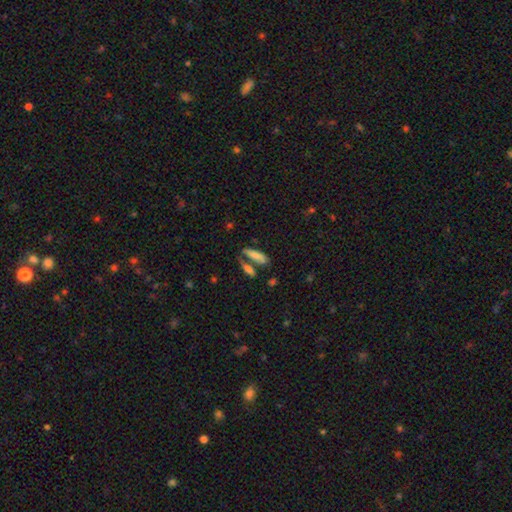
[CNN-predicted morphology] smooth_or_featured: smooth (p=0.76) [alt: featured or disk p=0.16]
how_rounded: cigar-shaped (p=0.55) [alt: in between p=0.43]
merging: none (p=0.50) [alt: merger p=0.30]